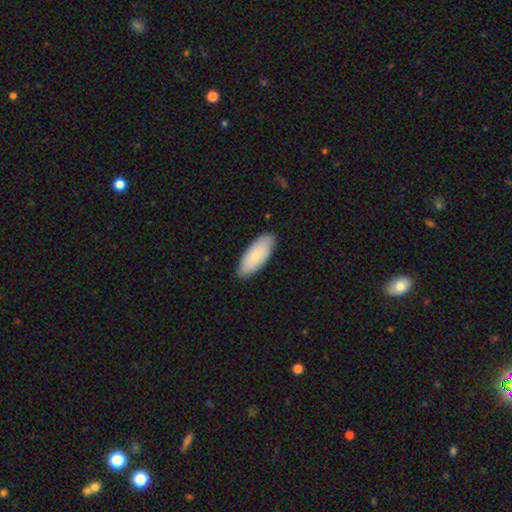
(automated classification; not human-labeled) The model was most divided on "smooth or featured": smooth: 80%, featured or disk: 15%, star or artifact: 5%. More confident: merging — none (85%); how rounded — in between (84%).